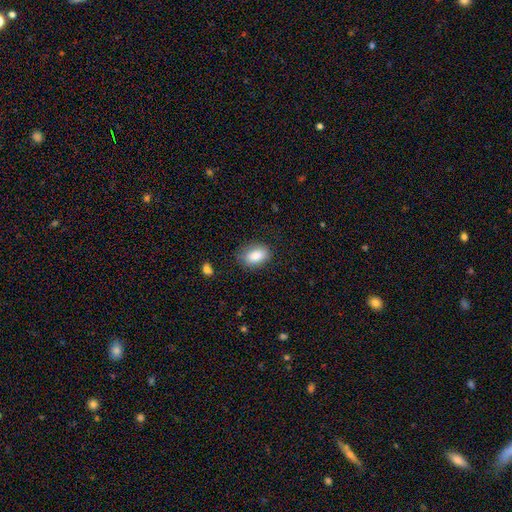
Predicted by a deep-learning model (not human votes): This appears to be a smooth galaxy with no disk features (86%) that is in between round and cigar-shaped (89%). Merging: none (79%).